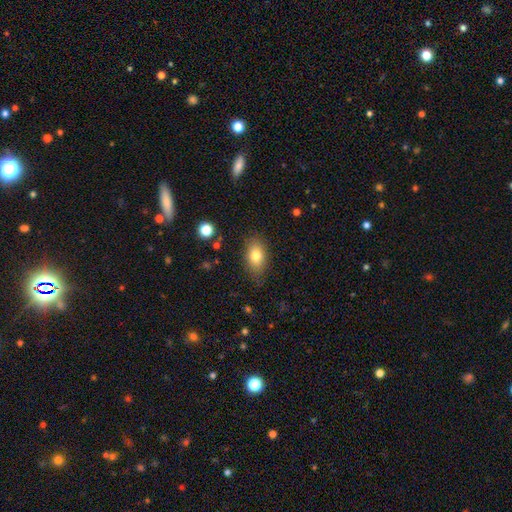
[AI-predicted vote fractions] Smooth or featured: smooth — 79% (featured or disk — 13%)
How rounded: in between — 86% (round — 11%)
Merging: none — 78% (minor disturbance — 16%)